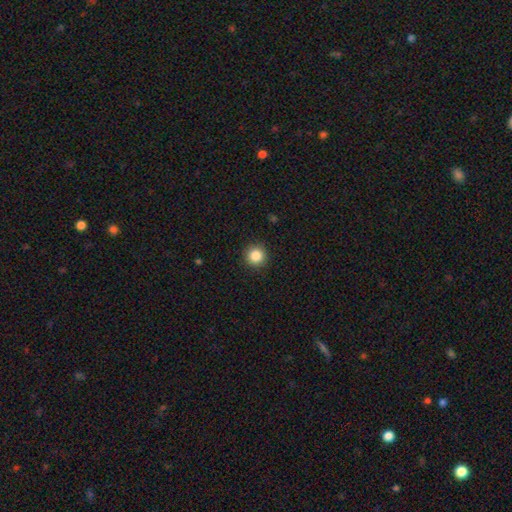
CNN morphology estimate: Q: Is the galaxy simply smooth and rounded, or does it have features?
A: smooth — 86%.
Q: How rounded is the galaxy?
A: round — 95%.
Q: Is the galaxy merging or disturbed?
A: none — 92%.